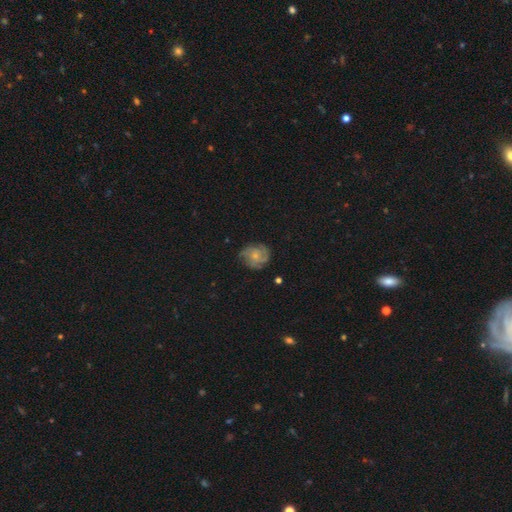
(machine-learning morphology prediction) Overall: featured or disk (68%). Edge-on disk: no (98%). Bar: no (80%). Spiral arms: yes (91%). Spiral arm count: 3 (36%; can't tell 24%). Spiral winding: tight (49%; medium 39%). Bulge size: small (67%). Merging: none (73%).